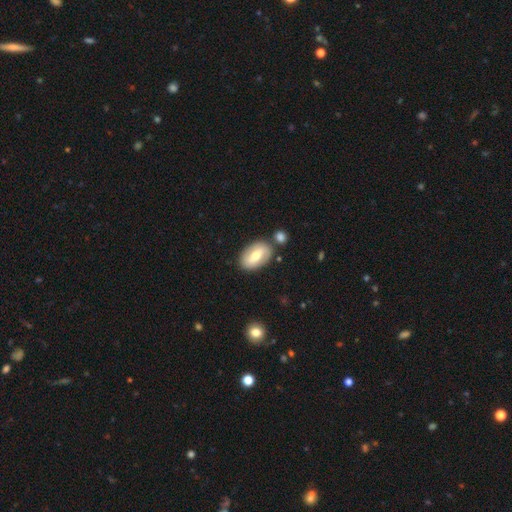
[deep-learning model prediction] The model was most divided on "smooth or featured": smooth: 55%, featured or disk: 38%, star or artifact: 6%. More confident: how rounded — in between (90%); merging — none (76%).